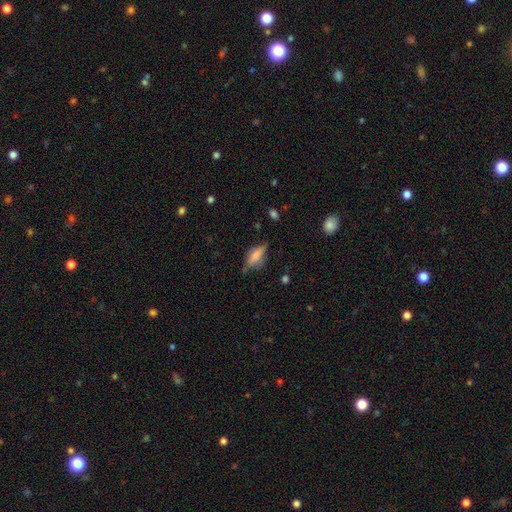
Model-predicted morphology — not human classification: This appears to be a smooth galaxy with no disk features (53%) that is in between round and cigar-shaped (68%). Merging: none (58%).